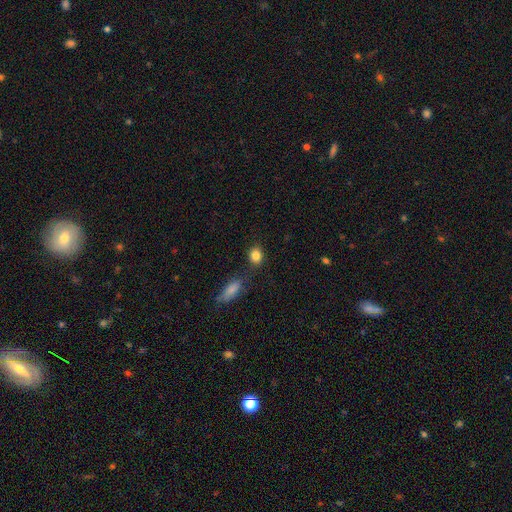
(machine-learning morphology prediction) A smooth galaxy with no disk features (85%) that is round (61%). Merging: none (76%).